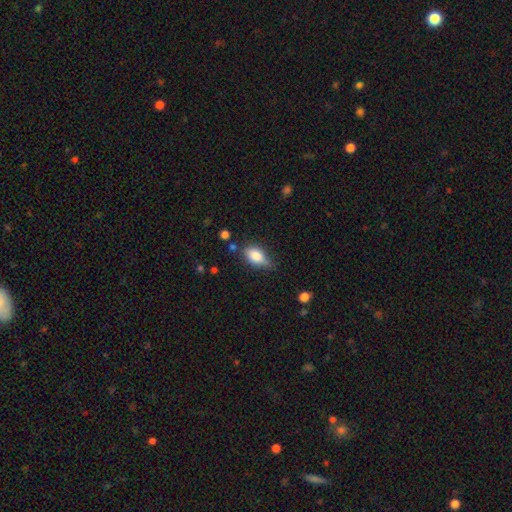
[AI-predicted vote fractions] Smooth or featured? smooth (81%)
How rounded? in between (88%)
Merging? none (52%)